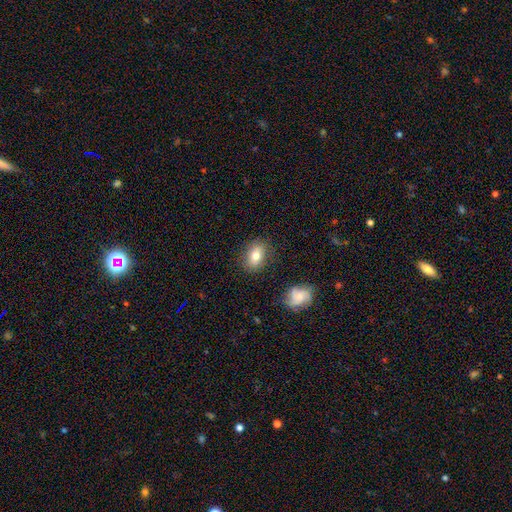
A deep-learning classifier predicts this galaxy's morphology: A smooth galaxy with no disk features (74%) that is in between round and cigar-shaped (79%). Merging: none (83%).